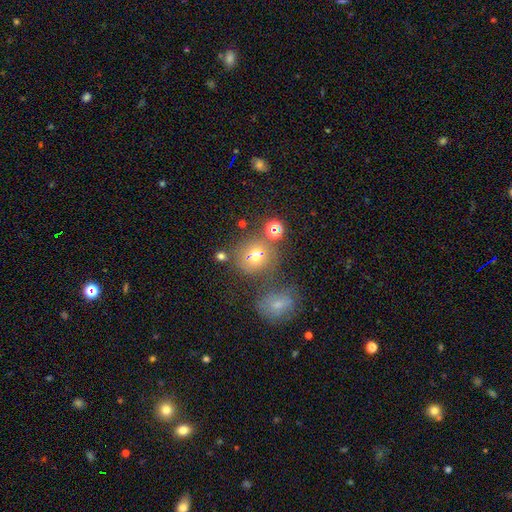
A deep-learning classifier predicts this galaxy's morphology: This is likely a smooth galaxy (65%). How rounded: clearly round (82%). Merging: likely none (61%).